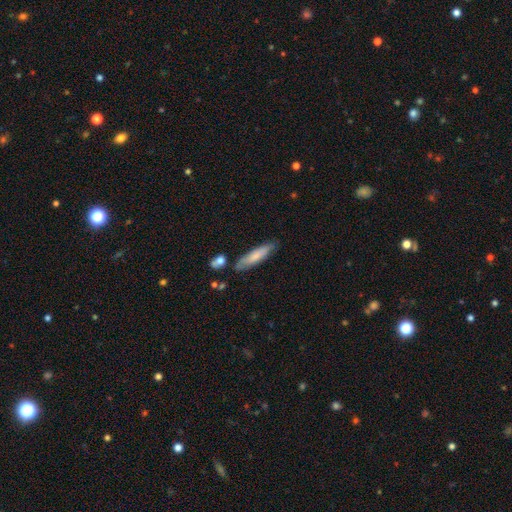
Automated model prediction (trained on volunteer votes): A smooth galaxy with no disk features (72%) that is cigar-shaped (80%).

Vote fractions:
- Smooth or featured? smooth: 72% / featured or disk: 22% / star or artifact: 6%
- How rounded? cigar-shaped: 80% / in between: 18% / round: 1%
- Merging? none: 79% / minor disturbance: 15% / merger: 4% / major disturbance: 3%